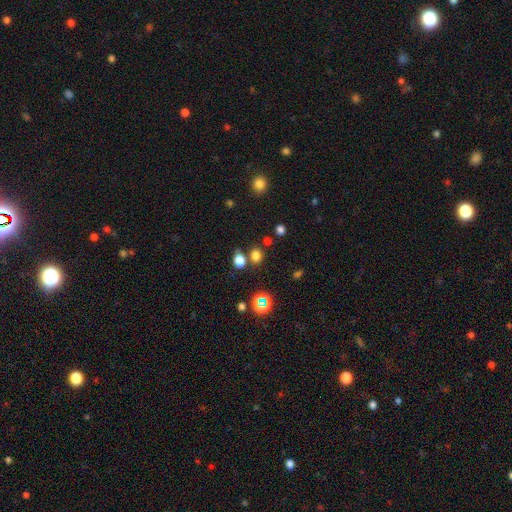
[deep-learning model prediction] smooth_or_featured: smooth (p=0.74) [alt: star or artifact p=0.21]
how_rounded: round (p=0.67) [alt: in between p=0.32]
merging: none (p=0.73) [alt: merger p=0.14]